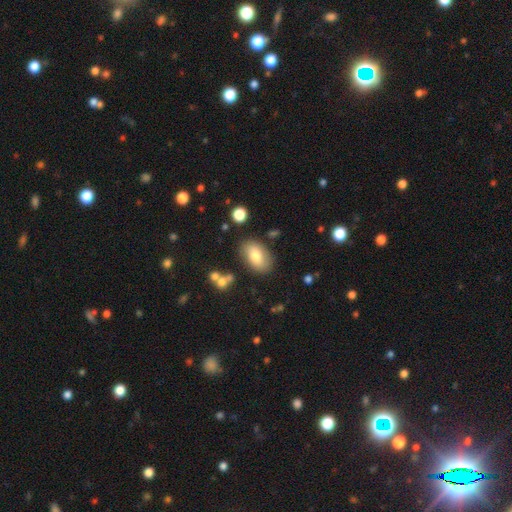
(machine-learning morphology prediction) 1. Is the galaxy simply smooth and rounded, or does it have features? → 71% smooth, 21% featured or disk, 8% star or artifact.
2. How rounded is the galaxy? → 90% in between, 9% round, 2% cigar-shaped.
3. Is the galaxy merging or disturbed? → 78% none, 14% minor disturbance, 4% major disturbance, 4% merger.